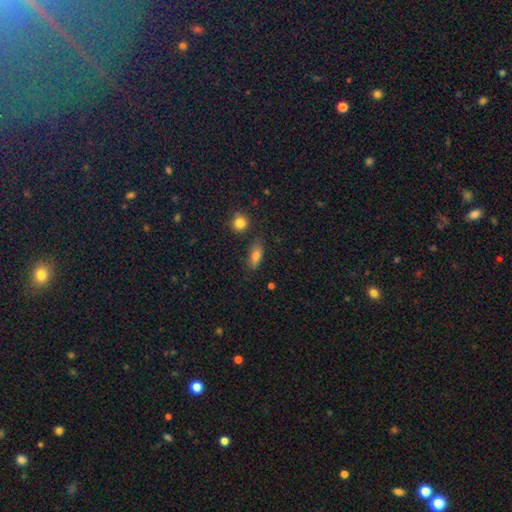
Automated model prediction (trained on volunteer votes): The model was most divided on "how rounded": in between: 78%, cigar-shaped: 16%, round: 6%. More confident: smooth or featured — smooth (80%); merging — none (78%).